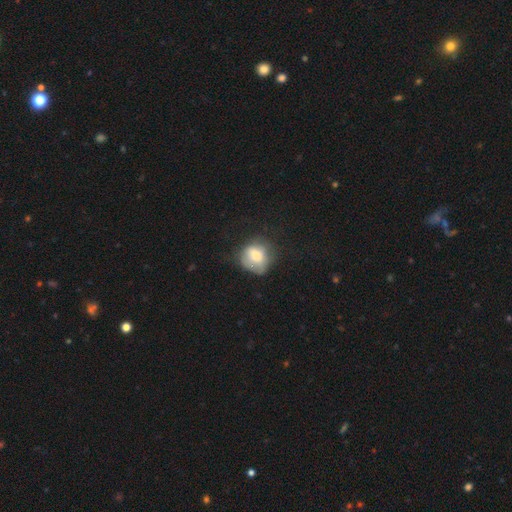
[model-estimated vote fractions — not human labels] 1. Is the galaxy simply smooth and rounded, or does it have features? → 68% smooth, 22% featured or disk, 9% star or artifact.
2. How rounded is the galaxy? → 68% round, 31% in between, 1% cigar-shaped.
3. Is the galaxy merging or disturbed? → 49% none, 30% minor disturbance, 18% major disturbance, 2% merger.